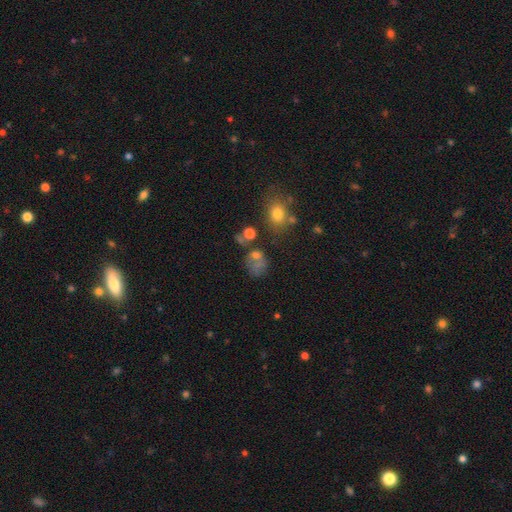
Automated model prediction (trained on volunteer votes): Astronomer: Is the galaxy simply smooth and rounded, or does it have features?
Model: smooth — 49% (runner-up: star or artifact, 30%).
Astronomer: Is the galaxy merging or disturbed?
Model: none — 50%.